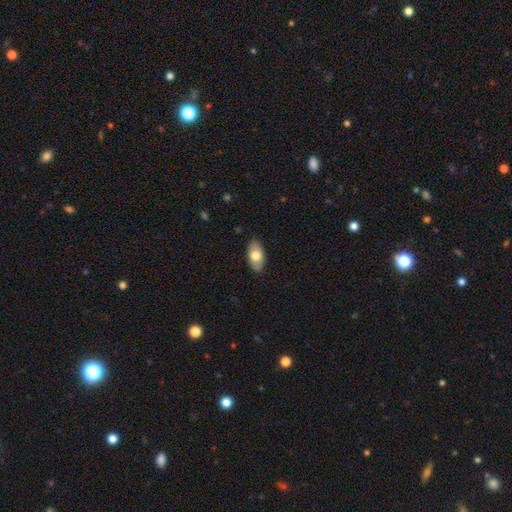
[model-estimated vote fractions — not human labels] A smooth galaxy with no disk features (71%) that is in between round and cigar-shaped (93%). Merging: none (87%).